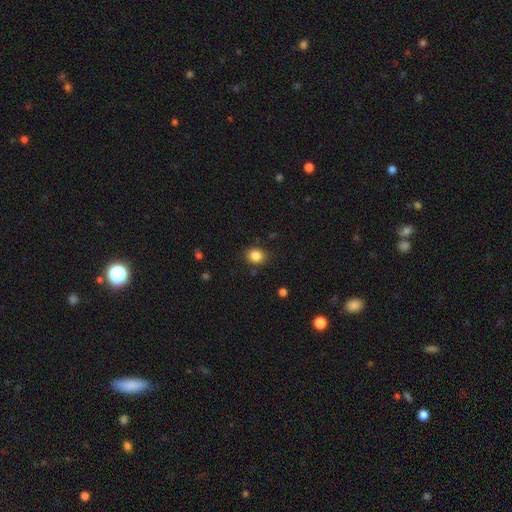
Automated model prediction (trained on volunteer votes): This is clearly a smooth galaxy (85%). How rounded: likely round (62%). Merging: clearly none (85%).